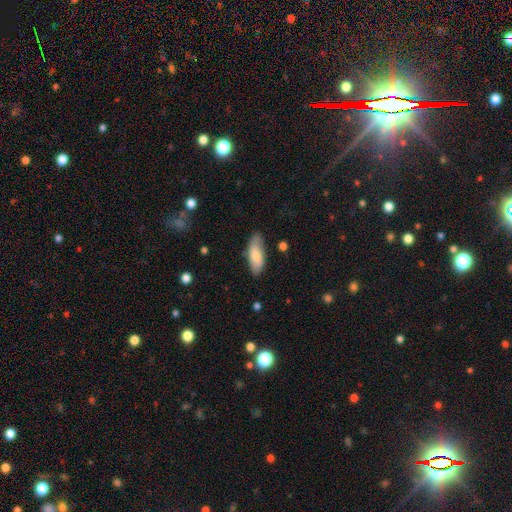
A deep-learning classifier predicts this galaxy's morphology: type=smooth (77%); roundness=in between (74%); merging=none (76%).